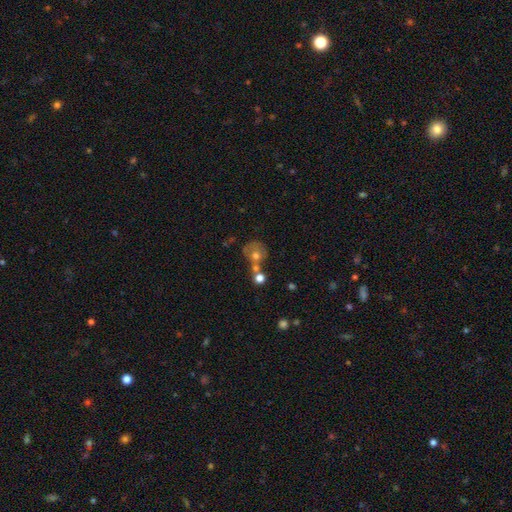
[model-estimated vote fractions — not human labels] Overall: smooth (55%; featured or disk 31%). How rounded: round (77%). Merging: none (37%; merger 36%).